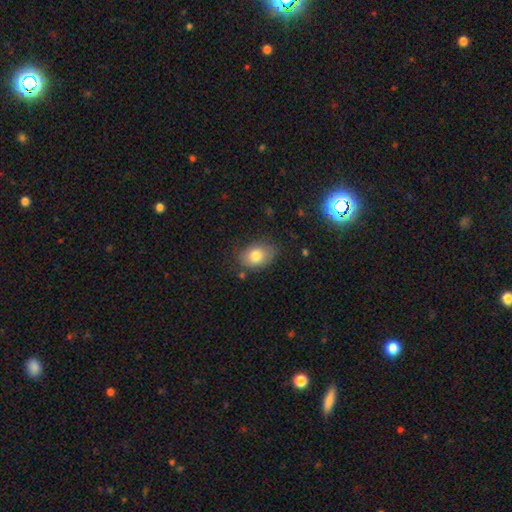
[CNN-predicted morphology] The model was most divided on "how rounded": in between: 75%, round: 24%, cigar-shaped: 1%. More confident: smooth or featured — smooth (80%); merging — none (75%).